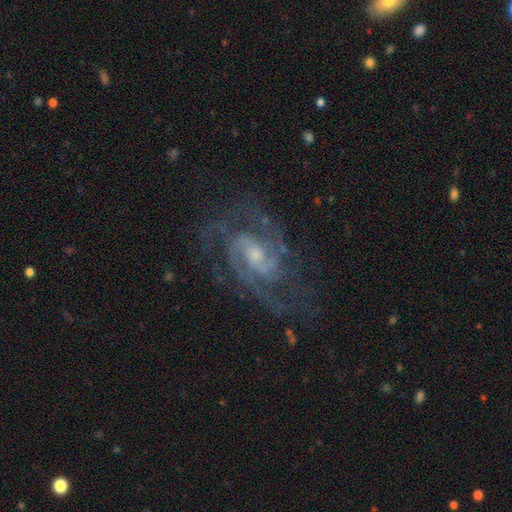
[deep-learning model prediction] A featured or disk galaxy (91%) with a weak bar (47%), 2 (62%) medium (49%) spiral arms (98%) and a small central bulge (53%). Merging: none (73%).